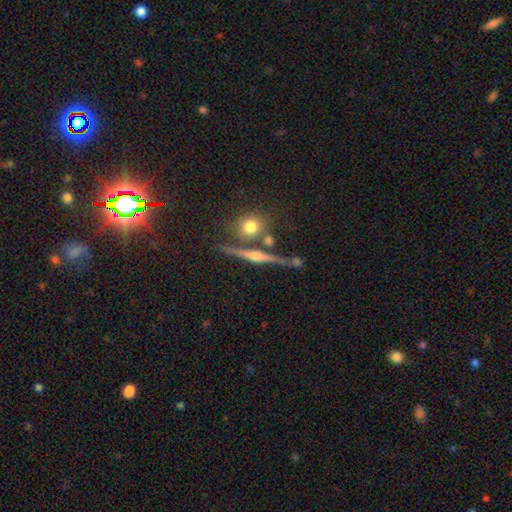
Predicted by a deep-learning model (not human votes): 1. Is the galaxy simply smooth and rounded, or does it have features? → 72% featured or disk, 16% smooth, 12% star or artifact.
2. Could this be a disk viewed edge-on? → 95% yes, 5% no.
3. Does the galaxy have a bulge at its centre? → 88% rounded, 6% none, 6% boxy.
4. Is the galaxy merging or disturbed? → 79% none, 9% minor disturbance, 9% merger, 3% major disturbance.